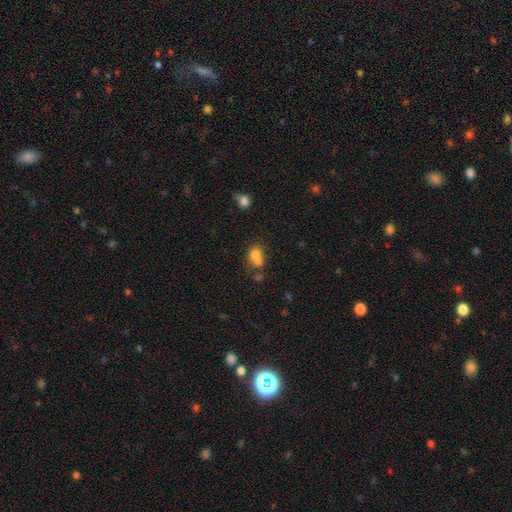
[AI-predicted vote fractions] Smooth or featured?
  - smooth: 76% *
  - featured or disk: 12%
  - star or artifact: 12%
How rounded?
  - in between: 67% *
  - round: 31%
  - cigar-shaped: 2%
Merging?
  - none: 37% *
  - merger: 34%
  - minor disturbance: 20%
  - major disturbance: 9%